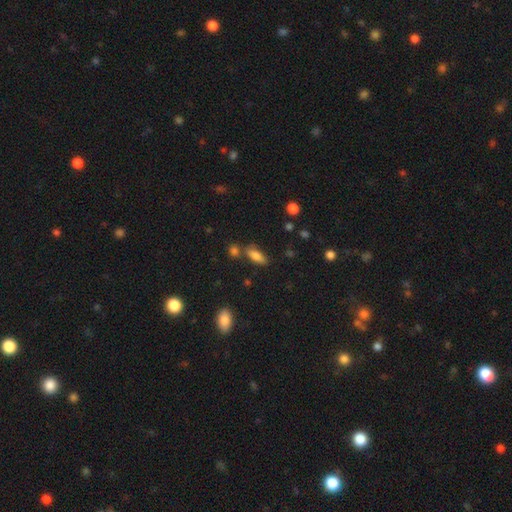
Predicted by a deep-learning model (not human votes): smooth_or_featured: smooth (p=0.79) [alt: featured or disk p=0.12]
how_rounded: in between (p=0.75) [alt: cigar-shaped p=0.22]
merging: none (p=0.66) [alt: minor disturbance p=0.16]